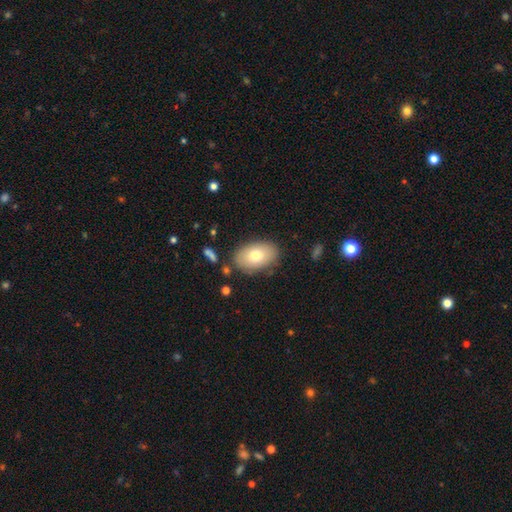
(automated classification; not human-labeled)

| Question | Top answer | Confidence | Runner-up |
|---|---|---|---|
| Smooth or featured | smooth | 74% | featured or disk (19%) |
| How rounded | in between | 90% | round (9%) |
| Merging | none | 83% | minor disturbance (11%) |